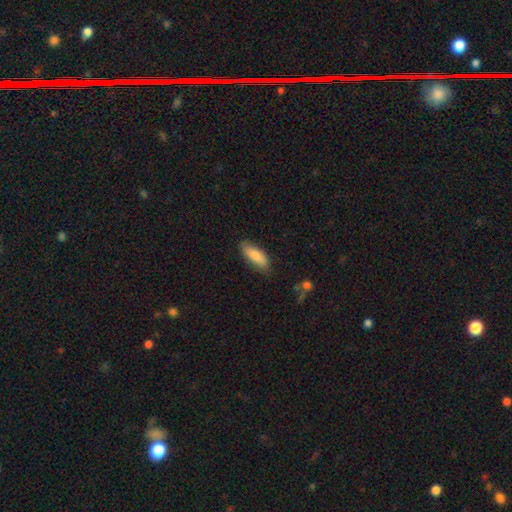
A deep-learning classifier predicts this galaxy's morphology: Overall: smooth (85%). How rounded: in between (67%; cigar-shaped 31%). Merging: none (79%).